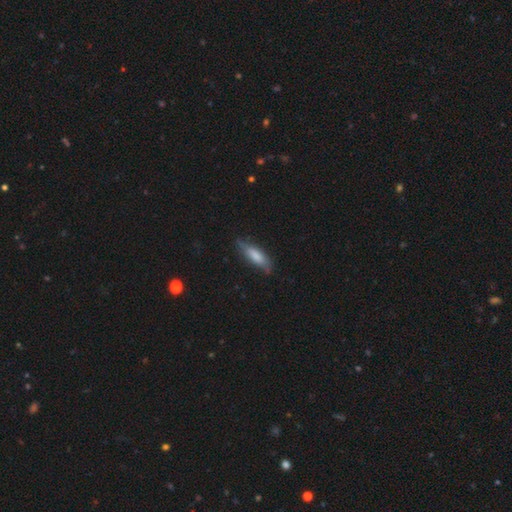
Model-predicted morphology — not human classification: smooth 70%, featured or disk 24%, star or artifact 6%. Down the decision tree: how rounded — cigar-shaped (52%); merging — none (68%).